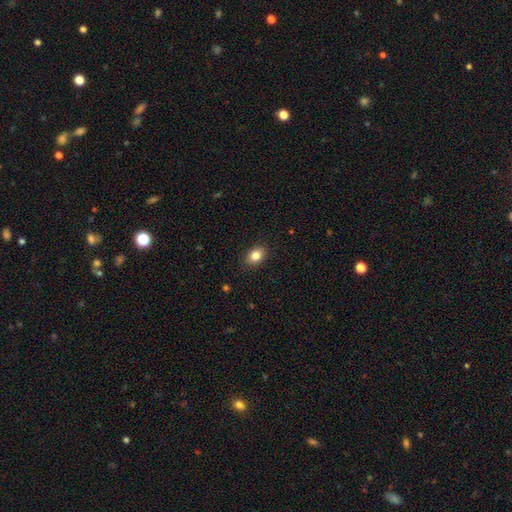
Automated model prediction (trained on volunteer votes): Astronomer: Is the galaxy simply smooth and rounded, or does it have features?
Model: smooth — 84%.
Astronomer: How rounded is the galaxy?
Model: in between — 71%.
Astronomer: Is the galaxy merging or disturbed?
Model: none — 89%.